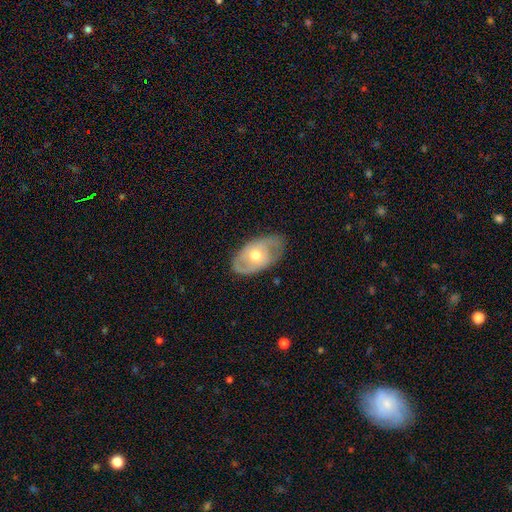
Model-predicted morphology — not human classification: Smooth or featured?
  - featured or disk: 66% *
  - smooth: 28%
  - star or artifact: 6%
Edge-on disk?
  - no: 91% *
  - yes: 9%
Bar?
  - no: 78% *
  - weak: 18%
  - strong: 4%
Spiral arms?
  - yes: 66% *
  - no: 34%
Bulge size?
  - moderate: 75% *
  - small: 17%
  - large: 6%
  - dominant: 1%
  - none: 1%
Merging?
  - none: 73% *
  - minor disturbance: 21%
  - major disturbance: 6%
  - merger: 1%